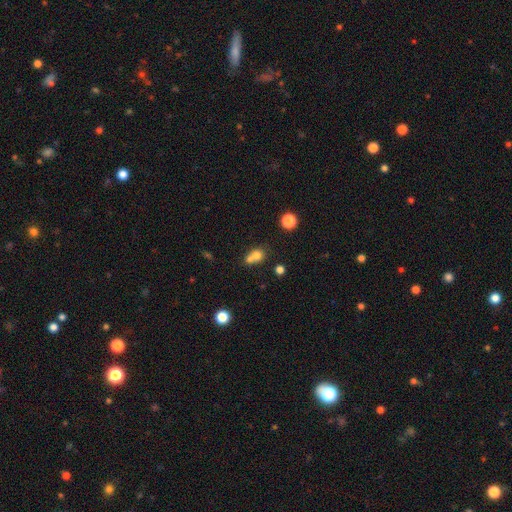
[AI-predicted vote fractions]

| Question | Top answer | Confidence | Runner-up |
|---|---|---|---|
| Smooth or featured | smooth | 73% | star or artifact (14%) |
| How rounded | round | 72% | in between (27%) |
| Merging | merger | 59% | none (31%) |